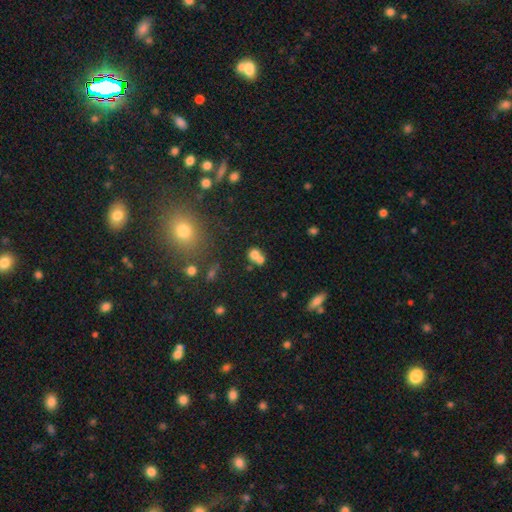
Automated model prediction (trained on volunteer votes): smooth-or-featured: smooth: 71% | featured or disk: 15% | star or artifact: 14%
  how-rounded: round: 74% | in between: 25% | cigar-shaped: 1%
  merging: merger: 56% | none: 33% | minor disturbance: 7% | major disturbance: 4%